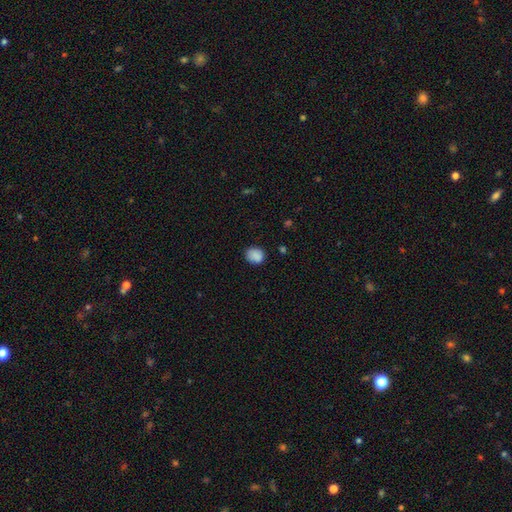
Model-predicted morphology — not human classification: Smooth or featured?
  - smooth: 86% *
  - star or artifact: 9%
  - featured or disk: 5%
How rounded?
  - round: 62% *
  - in between: 37%
  - cigar-shaped: 1%
Merging?
  - none: 78% *
  - minor disturbance: 17%
  - major disturbance: 3%
  - merger: 2%